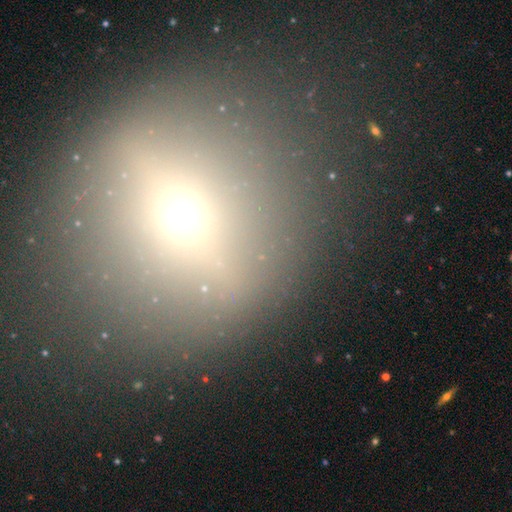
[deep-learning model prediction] smooth 47%, featured or disk 29%, star or artifact 24%. Down the decision tree: merging — none (84%).